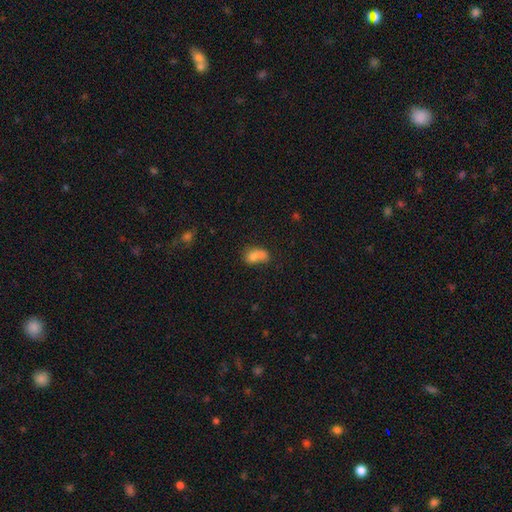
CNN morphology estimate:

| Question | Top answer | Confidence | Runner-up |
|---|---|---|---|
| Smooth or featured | smooth | 74% | featured or disk (15%) |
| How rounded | in between | 76% | round (21%) |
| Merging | merger | 41% | none (28%) |